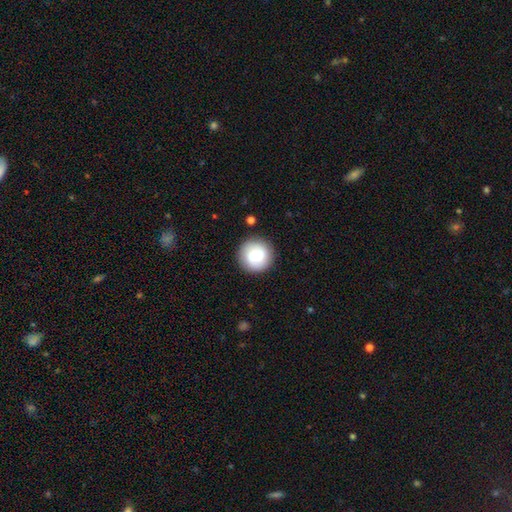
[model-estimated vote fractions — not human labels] A smooth galaxy with no disk features (70%) that is round (95%). Merging: none (89%).